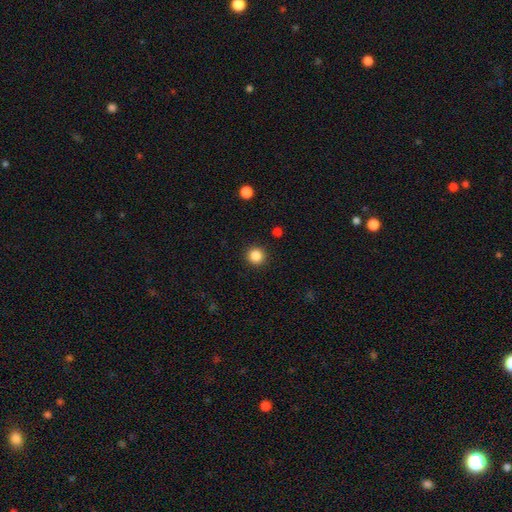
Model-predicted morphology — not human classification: Smooth or featured: smooth — 86% (star or artifact — 11%)
How rounded: round — 94% (in between — 5%)
Merging: none — 92% (minor disturbance — 5%)